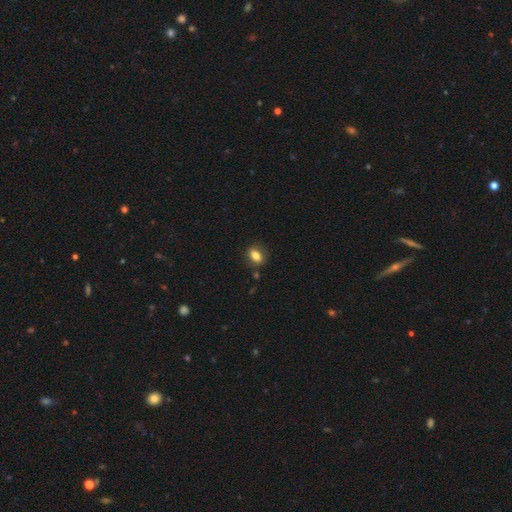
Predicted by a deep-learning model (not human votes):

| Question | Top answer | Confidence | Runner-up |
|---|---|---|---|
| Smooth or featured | smooth | 81% | featured or disk (10%) |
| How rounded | in between | 78% | round (18%) |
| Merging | none | 80% | minor disturbance (13%) |